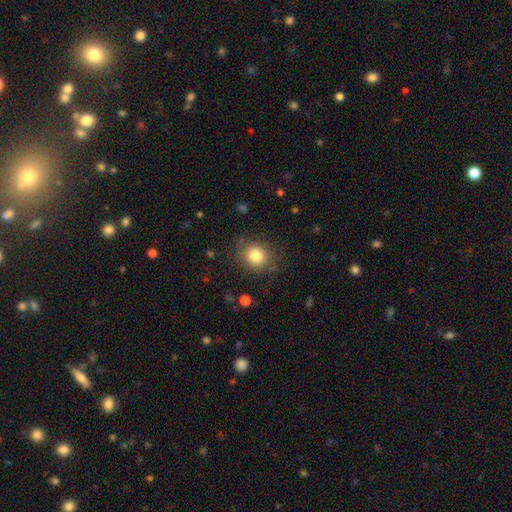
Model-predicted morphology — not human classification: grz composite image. It shows a smooth galaxy with no disk features (82%) that is round (75%). Merging: none (83%).